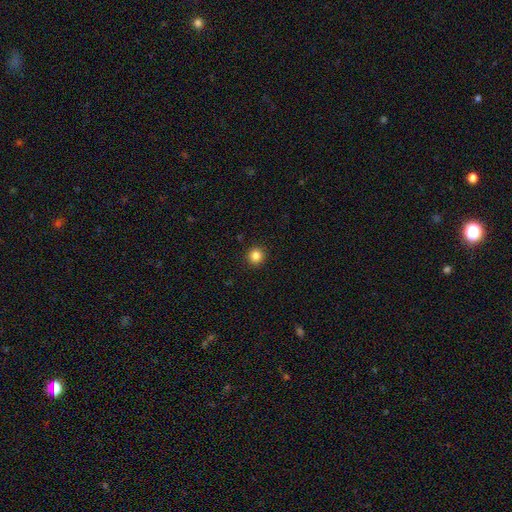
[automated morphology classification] Overall: smooth (85%). How rounded: round (92%). Merging: none (92%).